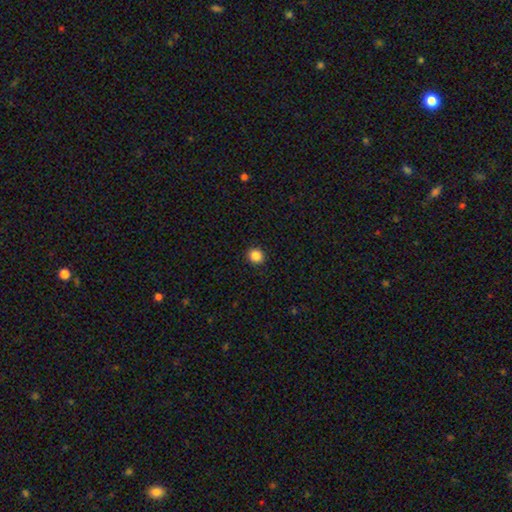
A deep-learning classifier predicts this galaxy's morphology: A smooth galaxy with no disk features (87%) that is round (85%).

Vote fractions:
- Smooth or featured? smooth: 87% / star or artifact: 10% / featured or disk: 3%
- How rounded? round: 85% / in between: 14% / cigar-shaped: 1%
- Merging? none: 92% / minor disturbance: 5% / major disturbance: 2% / merger: 1%